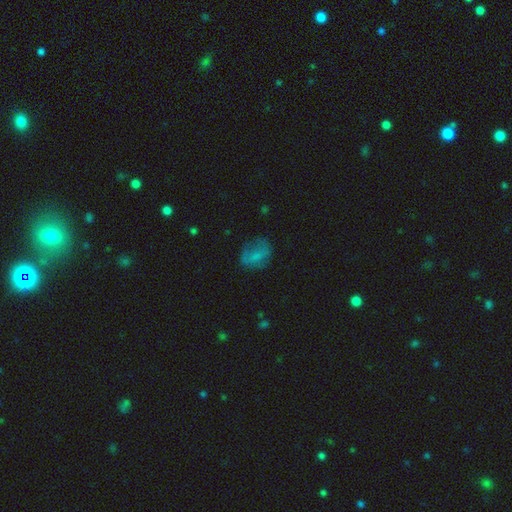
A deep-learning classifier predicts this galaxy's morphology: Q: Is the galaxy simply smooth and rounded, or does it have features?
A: smooth — 57%.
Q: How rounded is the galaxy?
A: in between — 55%.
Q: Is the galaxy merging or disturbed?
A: none — 55%.